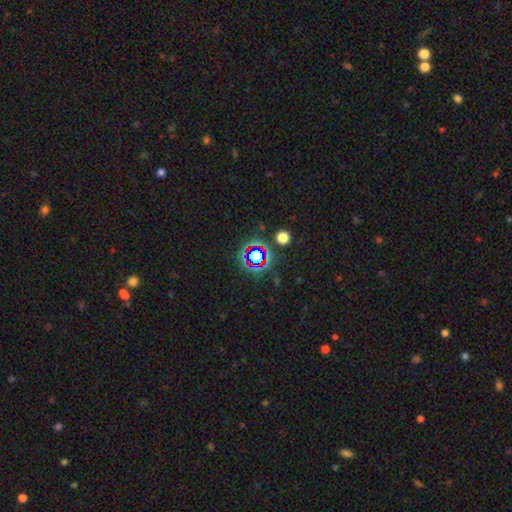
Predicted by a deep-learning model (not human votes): smooth_or_featured: star or artifact (p=0.62) [alt: smooth p=0.26]